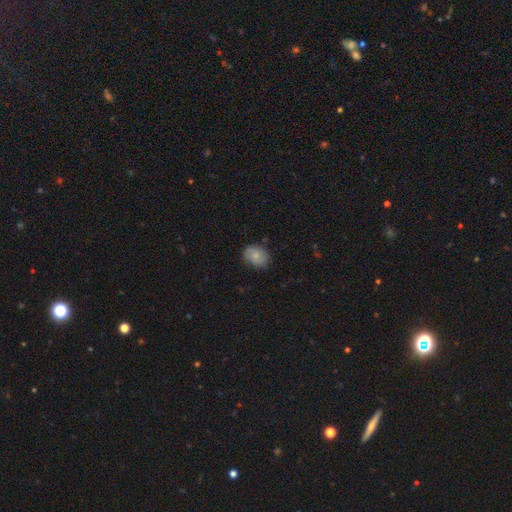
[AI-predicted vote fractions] smooth_or_featured: smooth (p=0.77) [alt: featured or disk p=0.16]
how_rounded: in between (p=0.65) [alt: round p=0.34]
merging: none (p=0.76) [alt: minor disturbance p=0.19]